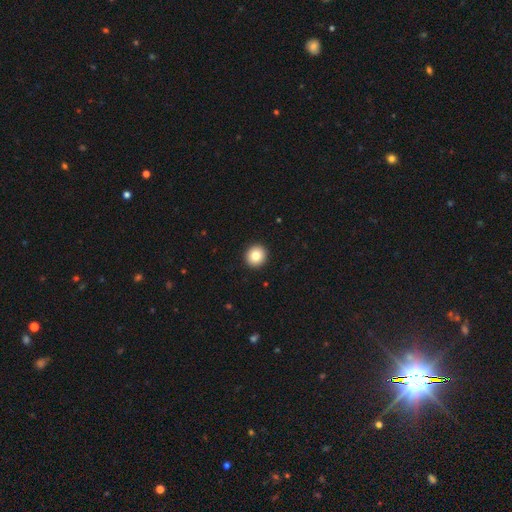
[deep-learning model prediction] Morphology: type=smooth (82%); roundness=round (92%); merging=none (94%).